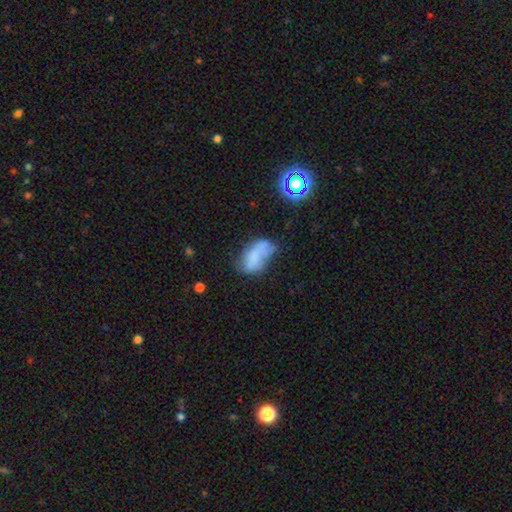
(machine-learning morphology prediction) smooth-or-featured: smooth: 61% | featured or disk: 26% | star or artifact: 13%
  how-rounded: in between: 90% | round: 7% | cigar-shaped: 3%
  merging: minor disturbance: 32% | none: 29% | major disturbance: 27% | merger: 12%